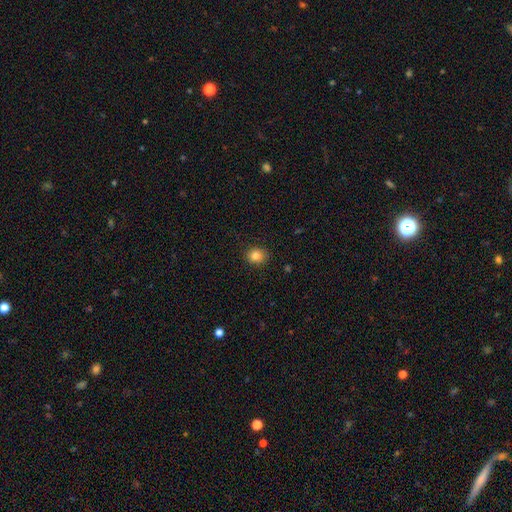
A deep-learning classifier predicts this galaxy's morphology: Smooth or featured?
  - smooth: 83% *
  - star or artifact: 11%
  - featured or disk: 5%
How rounded?
  - round: 75% *
  - in between: 24%
  - cigar-shaped: 1%
Merging?
  - none: 88% *
  - minor disturbance: 8%
  - major disturbance: 2%
  - merger: 1%